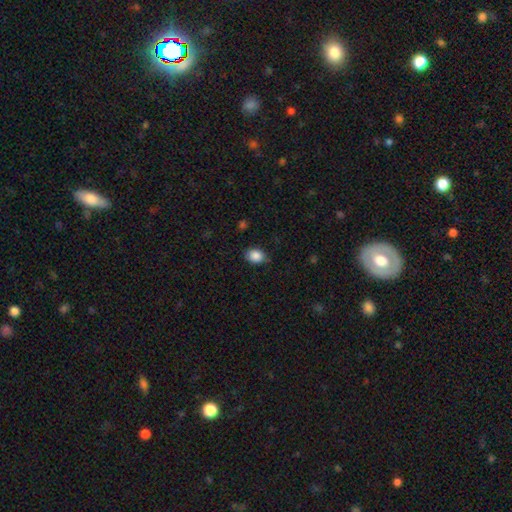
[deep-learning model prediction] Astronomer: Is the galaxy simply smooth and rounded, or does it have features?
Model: smooth — 87%.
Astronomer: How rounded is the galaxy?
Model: in between — 60% (runner-up: round, 39%).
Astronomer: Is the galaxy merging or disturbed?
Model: none — 79%.